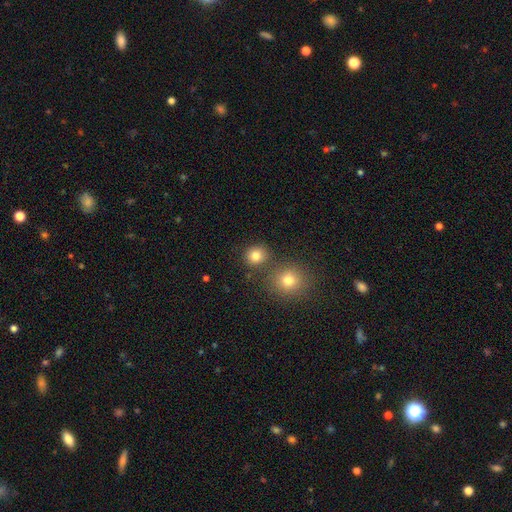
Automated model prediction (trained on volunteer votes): smooth-or-featured: smooth: 82% | star or artifact: 13% | featured or disk: 5%
  how-rounded: round: 86% | in between: 13% | cigar-shaped: 1%
  merging: none: 79% | merger: 11% | minor disturbance: 7% | major disturbance: 3%